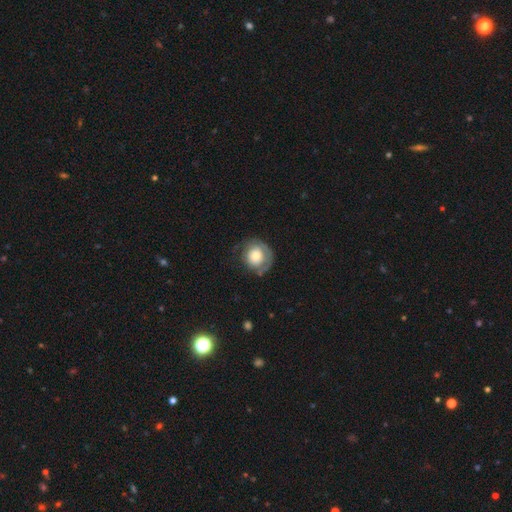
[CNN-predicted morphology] smooth 52%, featured or disk 41%, star or artifact 7%. Down the decision tree: how rounded — round (85%); merging — none (55%).